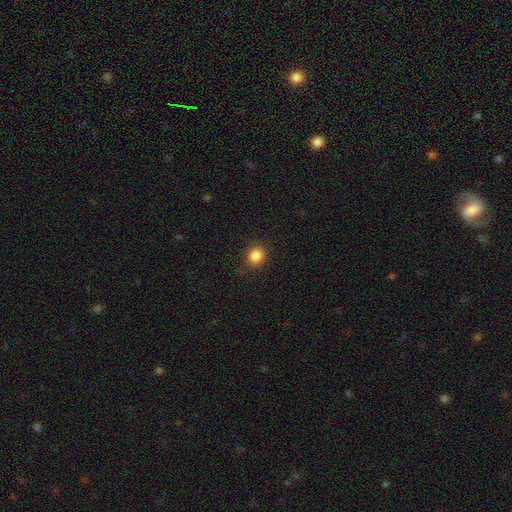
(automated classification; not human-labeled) smooth 85%, star or artifact 10%, featured or disk 4%. Down the decision tree: how rounded — round (82%); merging — none (87%).